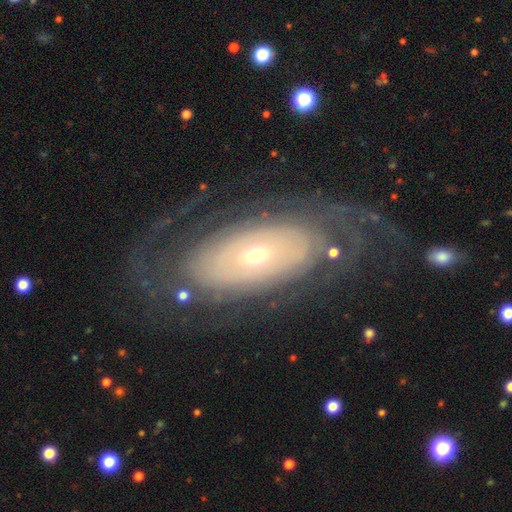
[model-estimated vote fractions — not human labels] Smooth or featured?
  - featured or disk: 78% *
  - smooth: 16%
  - star or artifact: 6%
Edge-on disk?
  - no: 91% *
  - yes: 9%
Bar?
  - no: 80% *
  - weak: 14%
  - strong: 7%
Spiral arms?
  - yes: 75% *
  - no: 25%
Spiral winding?
  - tight: 64% *
  - medium: 22%
  - loose: 14%
Spiral arm count?
  - can't tell: 46% *
  - 2: 30%
  - 3: 7%
  - 1: 6%
  - more than 4: 6%
  - 4: 5%
Bulge size?
  - small: 59% *
  - moderate: 34%
  - large: 4%
  - dominant: 2%
  - none: 1%
Merging?
  - none: 69% *
  - major disturbance: 16%
  - minor disturbance: 14%
  - merger: 2%